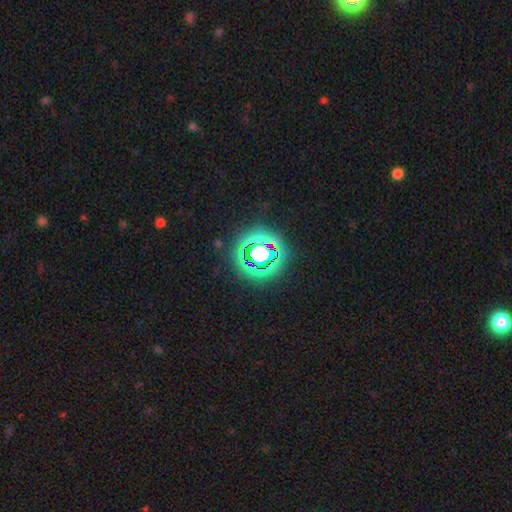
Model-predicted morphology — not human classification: Smooth or featured? star or artifact (75%)